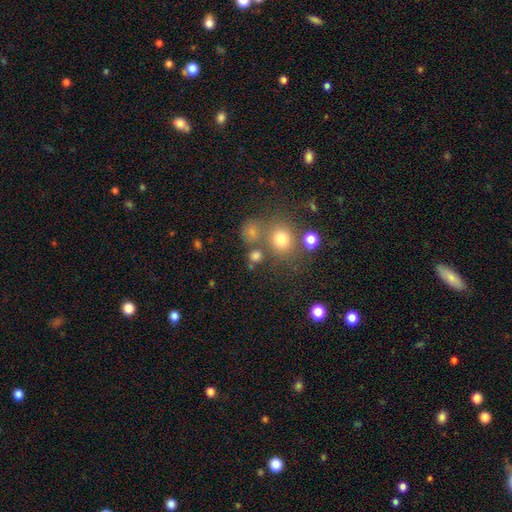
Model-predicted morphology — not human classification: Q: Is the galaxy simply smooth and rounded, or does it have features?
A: smooth — 75%.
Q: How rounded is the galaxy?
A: round — 81%.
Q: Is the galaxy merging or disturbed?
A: none — 64%.